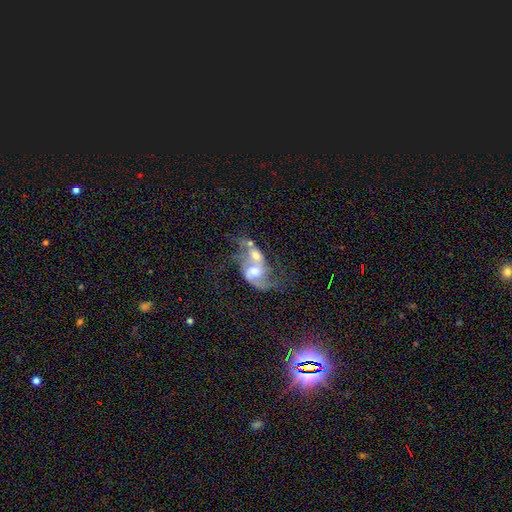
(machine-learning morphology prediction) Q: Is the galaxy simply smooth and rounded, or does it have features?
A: featured or disk — 71%.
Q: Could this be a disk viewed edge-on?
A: no — 97%.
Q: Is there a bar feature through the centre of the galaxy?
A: no — 57%.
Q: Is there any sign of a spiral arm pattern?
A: yes — 79%.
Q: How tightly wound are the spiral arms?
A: loose — 61%.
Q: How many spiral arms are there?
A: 2 — 72%.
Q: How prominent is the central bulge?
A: moderate — 61%.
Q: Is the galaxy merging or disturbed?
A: merger — 73%.